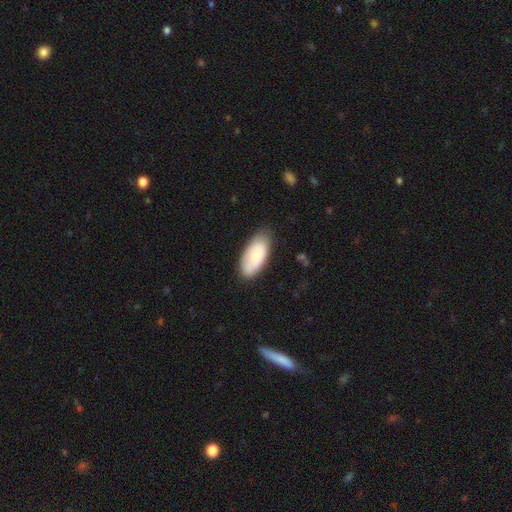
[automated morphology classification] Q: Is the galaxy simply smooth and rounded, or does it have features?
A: smooth — 79%.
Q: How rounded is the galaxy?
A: in between — 91%.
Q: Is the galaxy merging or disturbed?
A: none — 75%.